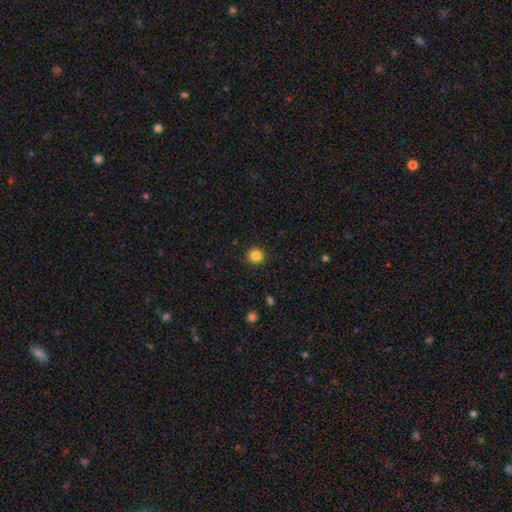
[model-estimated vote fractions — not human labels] A smooth galaxy with no disk features (84%) that is round (89%).

Vote fractions:
- Smooth or featured? smooth: 84% / star or artifact: 11% / featured or disk: 4%
- How rounded? round: 89% / in between: 10% / cigar-shaped: 1%
- Merging? none: 90% / minor disturbance: 7% / major disturbance: 2% / merger: 1%